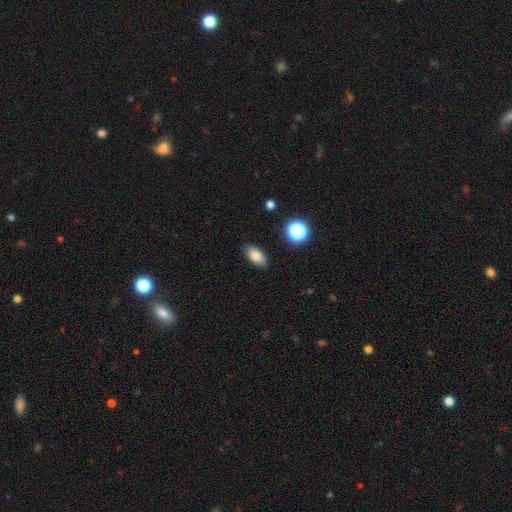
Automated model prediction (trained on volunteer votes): This is clearly a smooth galaxy (83%). How rounded: clearly in between (90%). Merging: clearly none (87%).